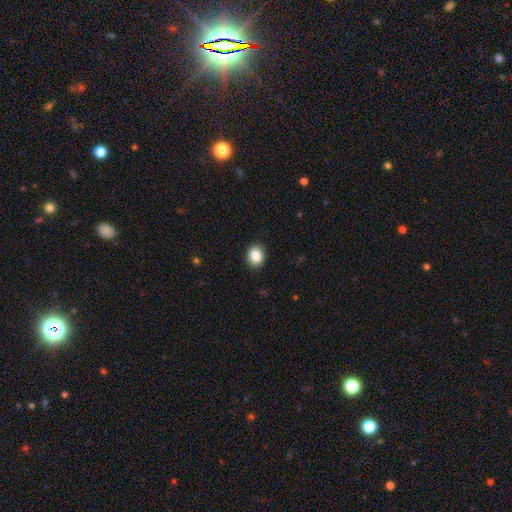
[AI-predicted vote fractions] Q: Smooth or featured?
A: smooth (87%); runner-up: star or artifact (9%)
Q: How rounded?
A: round (65%); runner-up: in between (34%)
Q: Merging?
A: none (90%); runner-up: minor disturbance (7%)